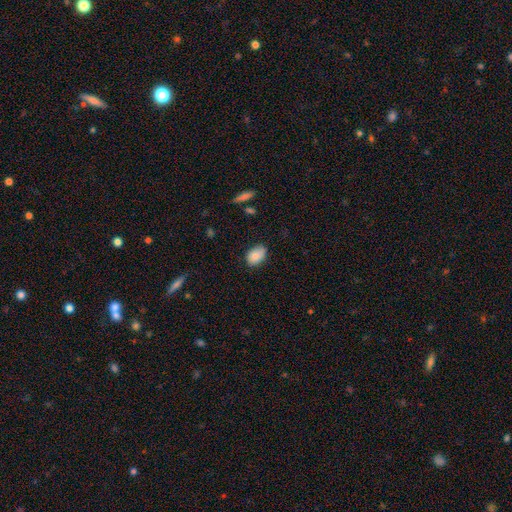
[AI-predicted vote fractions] Smooth or featured?
  - smooth: 84% *
  - featured or disk: 8%
  - star or artifact: 8%
How rounded?
  - in between: 83% *
  - round: 16%
  - cigar-shaped: 1%
Merging?
  - none: 72% *
  - minor disturbance: 23%
  - major disturbance: 4%
  - merger: 2%